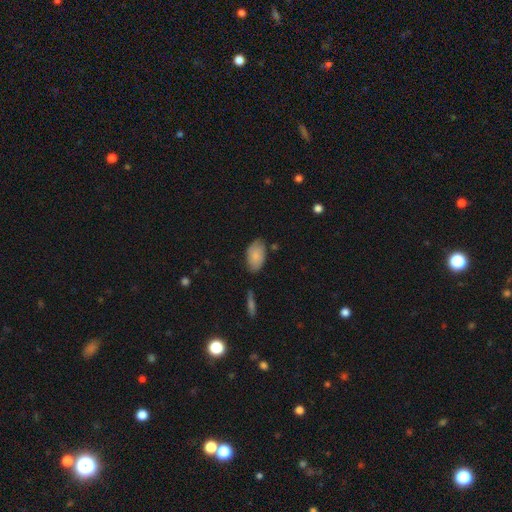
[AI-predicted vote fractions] Q: Smooth or featured?
A: smooth (78%); runner-up: featured or disk (16%)
Q: How rounded?
A: in between (93%); runner-up: round (5%)
Q: Merging?
A: none (72%); runner-up: minor disturbance (20%)